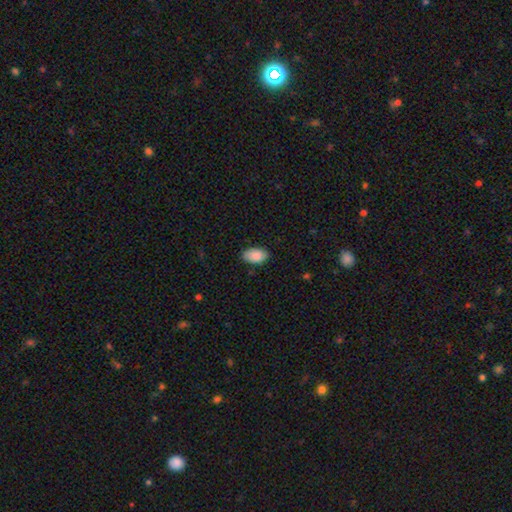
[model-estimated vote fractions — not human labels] smooth_or_featured: smooth (p=0.87) [alt: star or artifact p=0.06]
how_rounded: in between (p=0.94) [alt: round p=0.05]
merging: none (p=0.82) [alt: minor disturbance p=0.14]